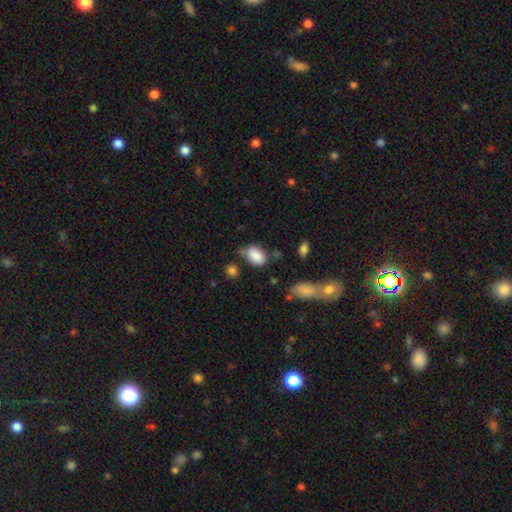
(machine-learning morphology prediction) This appears to be a smooth galaxy with no disk features (86%) that is in between round and cigar-shaped (85%). Merging: none (58%).